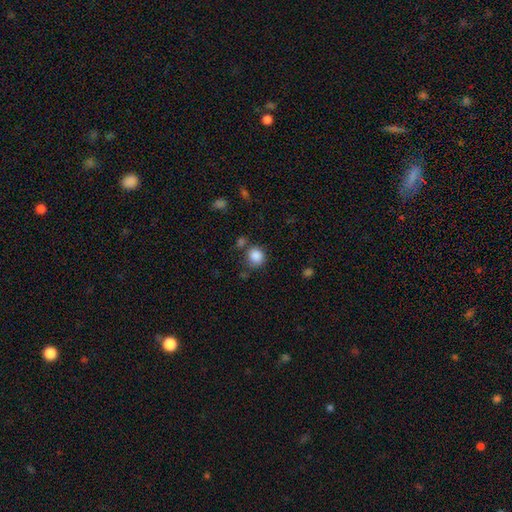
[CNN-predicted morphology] Smooth or featured?
  - smooth: 86% *
  - star or artifact: 10%
  - featured or disk: 4%
How rounded?
  - round: 84% *
  - in between: 15%
  - cigar-shaped: 1%
Merging?
  - none: 73% *
  - minor disturbance: 14%
  - merger: 9%
  - major disturbance: 5%